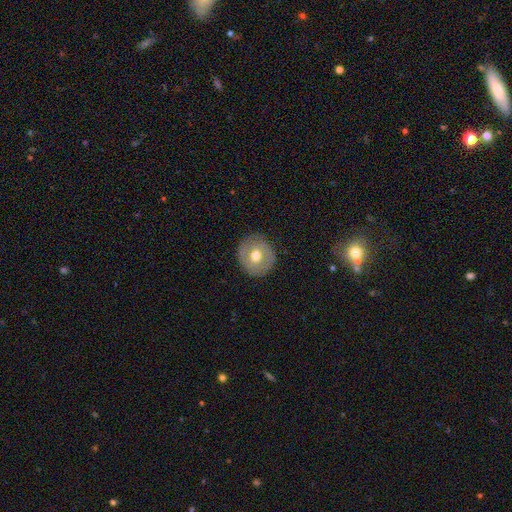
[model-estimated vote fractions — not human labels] Morphology: type=smooth (49%); merging=none (86%).